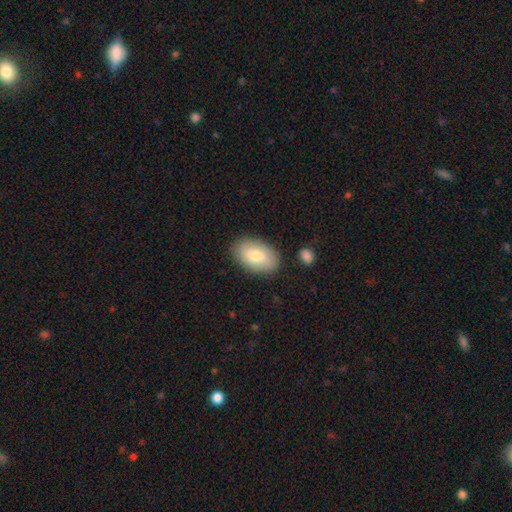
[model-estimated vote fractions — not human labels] Smooth or featured?
  - smooth: 78% *
  - featured or disk: 16%
  - star or artifact: 6%
How rounded?
  - in between: 93% *
  - round: 6%
  - cigar-shaped: 1%
Merging?
  - none: 84% *
  - minor disturbance: 11%
  - major disturbance: 3%
  - merger: 2%